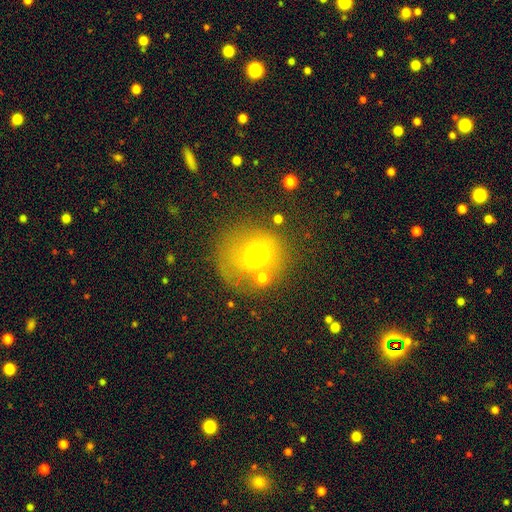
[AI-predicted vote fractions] Smooth or featured? smooth (65%)
How rounded? round (82%)
Merging? none (60%)